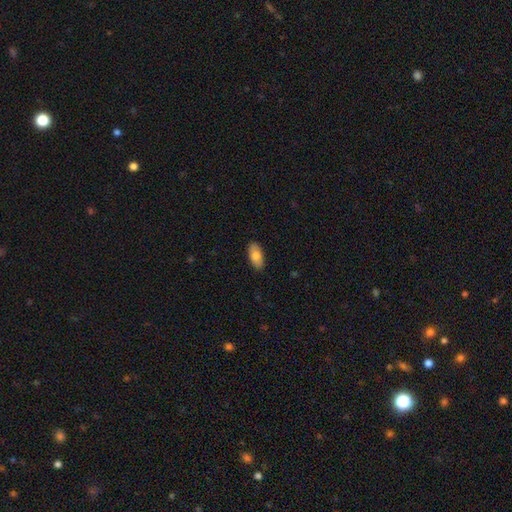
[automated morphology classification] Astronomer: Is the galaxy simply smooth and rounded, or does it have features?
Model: smooth — 79%.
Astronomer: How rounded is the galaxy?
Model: in between — 92%.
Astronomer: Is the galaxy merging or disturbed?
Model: none — 88%.